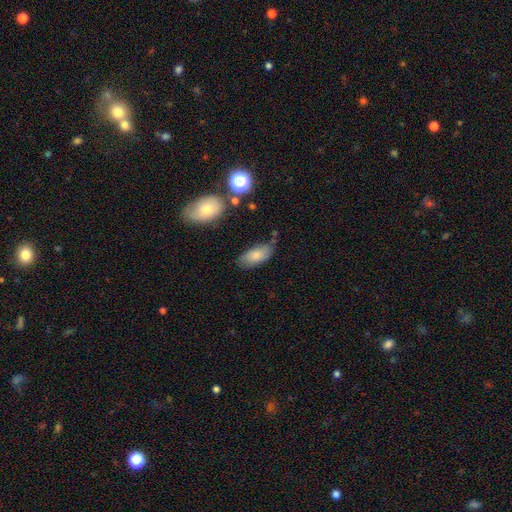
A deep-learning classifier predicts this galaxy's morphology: type=smooth (77%); roundness=in between (90%); merging=none (66%).